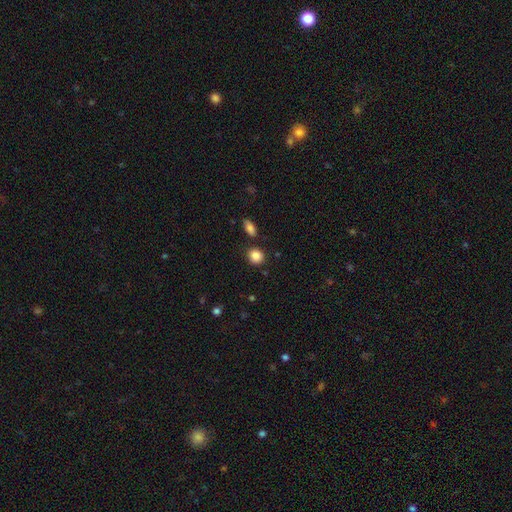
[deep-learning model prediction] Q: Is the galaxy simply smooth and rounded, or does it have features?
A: smooth — 87%.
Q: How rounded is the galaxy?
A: round — 82%.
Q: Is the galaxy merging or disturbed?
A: none — 82%.